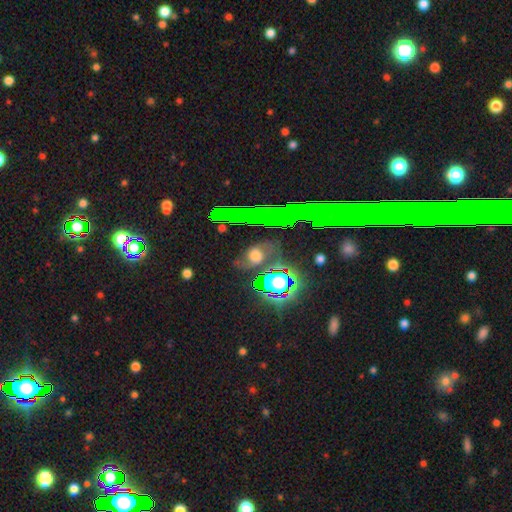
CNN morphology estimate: Smooth or featured? star or artifact (39%)